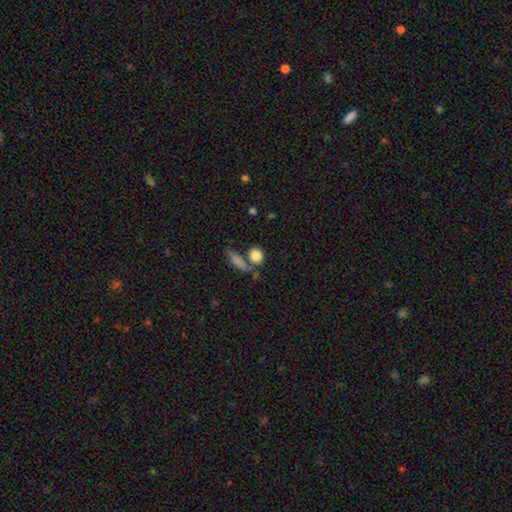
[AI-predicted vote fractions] Smooth or featured? smooth (84%)
How rounded? round (62%)
Merging? none (62%)